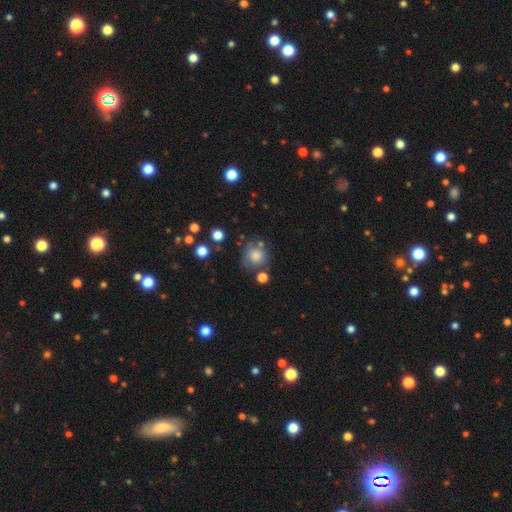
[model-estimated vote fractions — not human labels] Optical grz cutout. It shows a smooth galaxy with no disk features (78%) that is round (88%). Merging: none (65%).